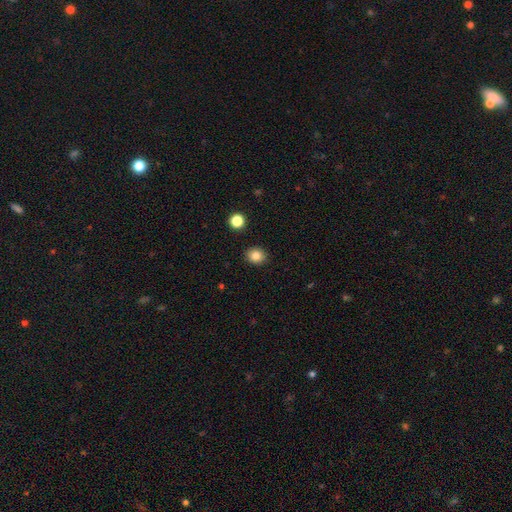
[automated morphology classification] Smooth or featured: smooth — 83% (star or artifact — 11%)
How rounded: round — 73% (in between — 26%)
Merging: none — 91% (minor disturbance — 6%)